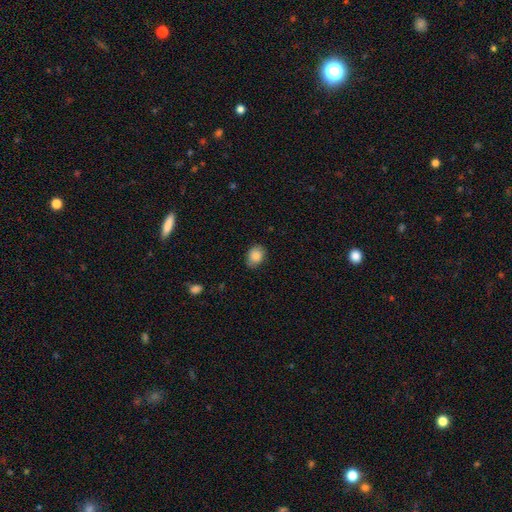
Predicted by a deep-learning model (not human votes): The model was most divided on "how rounded": in between: 61%, round: 38%, cigar-shaped: 1%. More confident: smooth or featured — smooth (86%); merging — none (80%).